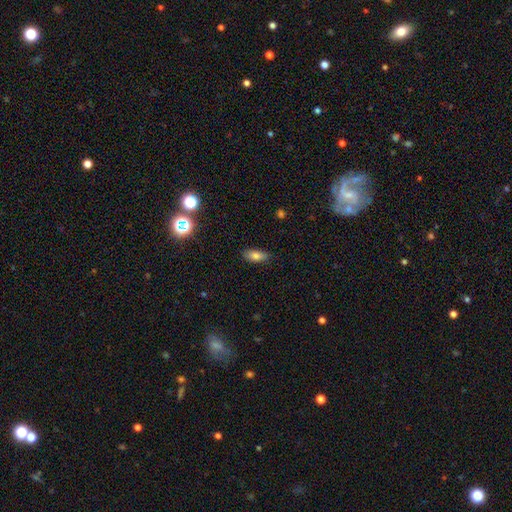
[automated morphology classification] This appears to be a smooth galaxy with no disk features (78%) that is in between round and cigar-shaped (84%). Merging: none (86%).